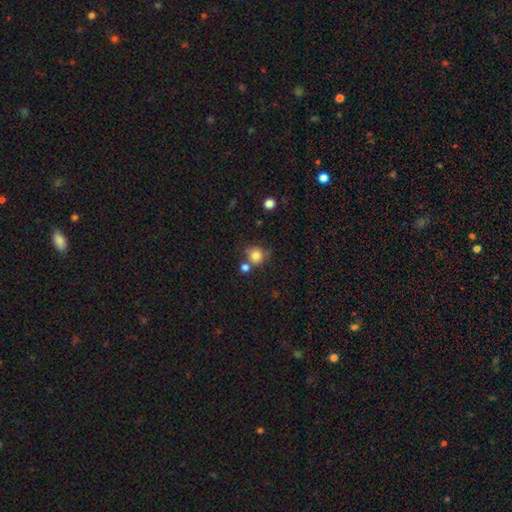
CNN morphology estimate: Smooth or featured: smooth — 81% (star or artifact — 11%)
How rounded: round — 89% (in between — 10%)
Merging: none — 60% (merger — 23%)